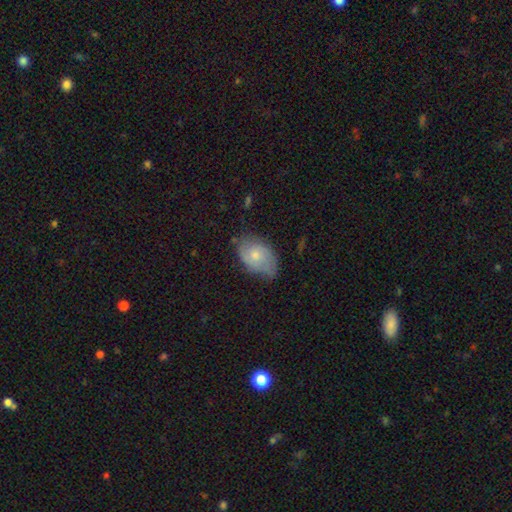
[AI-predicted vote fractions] Smooth or featured? Predicted: smooth (p=0.52). How rounded? Predicted: in between (p=0.85). Merging? Predicted: none (p=0.54).